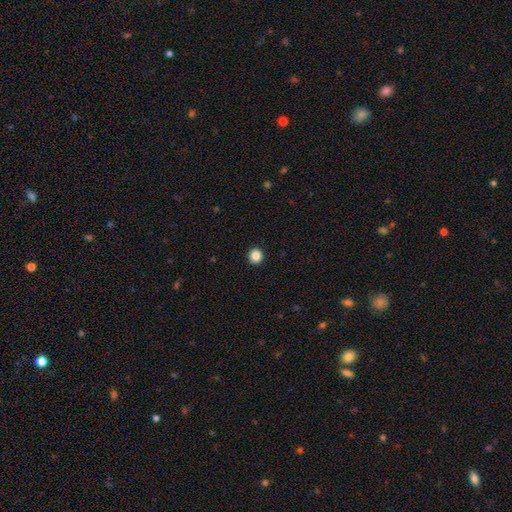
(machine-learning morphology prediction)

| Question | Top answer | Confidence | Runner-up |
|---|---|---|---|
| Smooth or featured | smooth | 86% | star or artifact (10%) |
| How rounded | round | 94% | in between (5%) |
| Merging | none | 94% | minor disturbance (4%) |